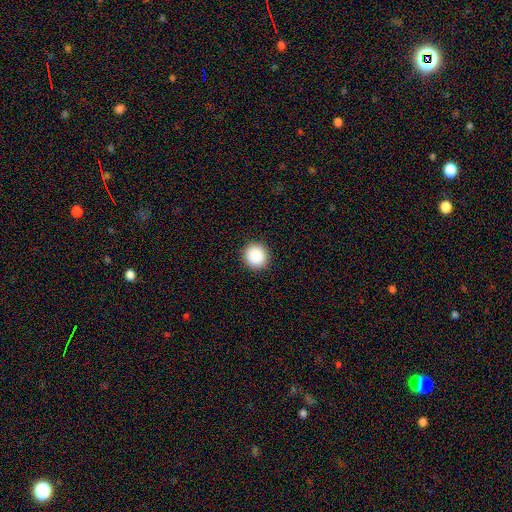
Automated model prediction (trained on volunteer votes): This is clearly a smooth galaxy (89%). How rounded: clearly round (91%). Merging: clearly none (92%).